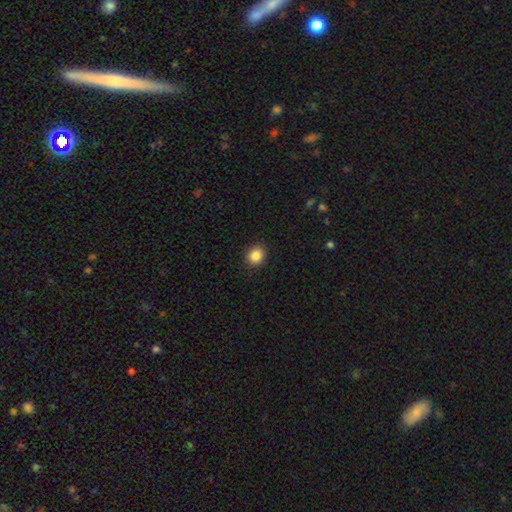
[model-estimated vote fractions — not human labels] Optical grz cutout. It shows a smooth galaxy with no disk features (86%) that is round (74%). Merging: none (90%).